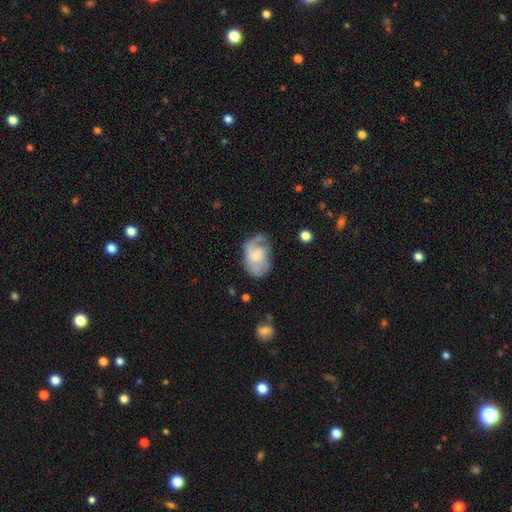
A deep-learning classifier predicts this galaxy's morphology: Smooth or featured: featured or disk — 65% (smooth — 28%)
Edge-on disk: no — 97% (yes — 3%)
Bar: no — 67% (weak — 29%)
Spiral arms: yes — 85% (no — 15%)
Spiral winding: medium — 43% (tight — 33%)
Spiral arm count: 2 — 43% (can't tell — 26%)
Bulge size: small — 43% (moderate — 40%)
Merging: none — 53% (minor disturbance — 27%)